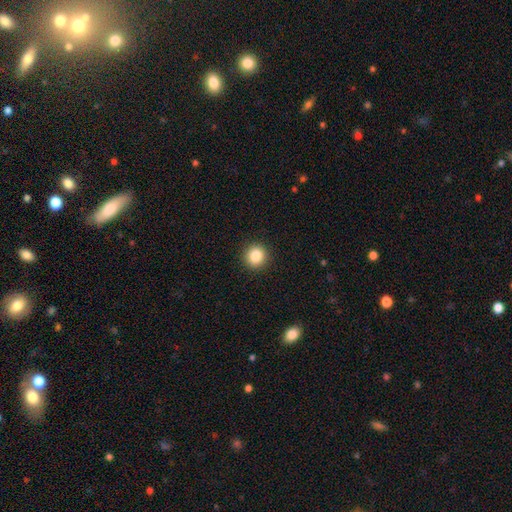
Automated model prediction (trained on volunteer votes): This appears to be a smooth galaxy with no disk features (86%) that is round (91%). Merging: none (92%).